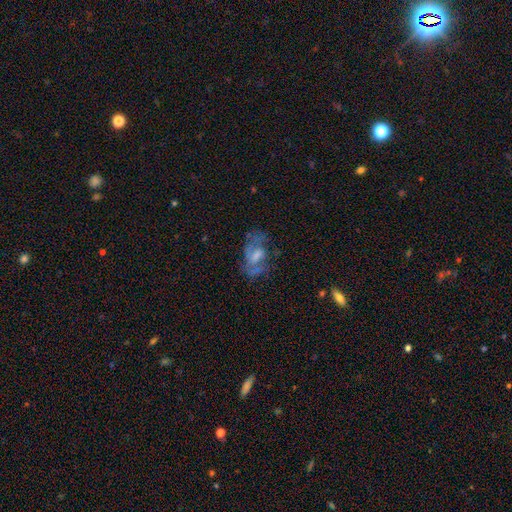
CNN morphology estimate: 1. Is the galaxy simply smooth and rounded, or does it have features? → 67% featured or disk, 21% smooth, 12% star or artifact.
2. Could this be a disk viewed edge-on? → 95% no, 5% yes.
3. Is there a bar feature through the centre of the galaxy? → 44% weak (tied), 44% no (tied), 13% strong.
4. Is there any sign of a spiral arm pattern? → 73% yes, 27% no.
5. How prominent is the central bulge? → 40% moderate, 28% small, 18% none, 12% large, 2% dominant.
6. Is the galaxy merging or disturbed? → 58% none, 21% minor disturbance, 19% major disturbance, 3% merger.